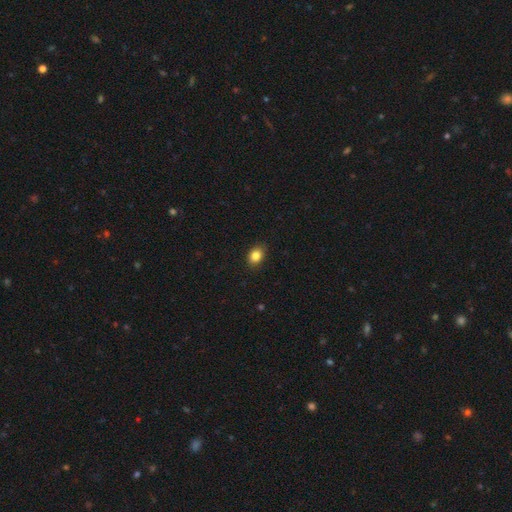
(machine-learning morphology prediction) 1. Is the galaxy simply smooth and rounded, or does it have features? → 84% smooth, 10% star or artifact, 6% featured or disk.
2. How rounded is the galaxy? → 66% in between, 33% round, 1% cigar-shaped.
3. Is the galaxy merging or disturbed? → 86% none, 11% minor disturbance, 2% major disturbance, 1% merger.